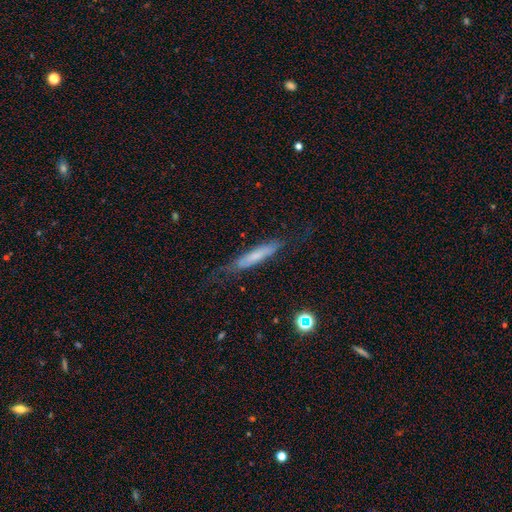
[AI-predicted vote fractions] Smooth or featured: smooth — 48% (featured or disk — 44%)
Merging: none — 70% (minor disturbance — 20%)